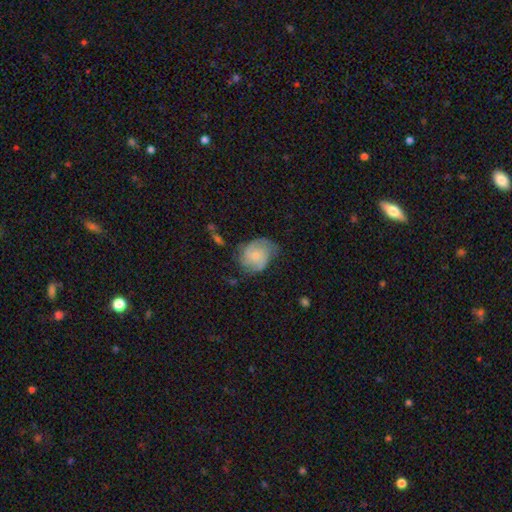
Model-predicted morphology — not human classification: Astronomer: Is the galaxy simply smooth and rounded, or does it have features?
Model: featured or disk — 53% (runner-up: smooth, 40%).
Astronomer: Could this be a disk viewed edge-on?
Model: no — 97%.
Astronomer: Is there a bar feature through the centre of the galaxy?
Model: no — 75%.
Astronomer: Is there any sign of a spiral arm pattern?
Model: yes — 85%.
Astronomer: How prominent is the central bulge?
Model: small — 62%.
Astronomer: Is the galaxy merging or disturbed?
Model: none — 52% (runner-up: minor disturbance, 32%).